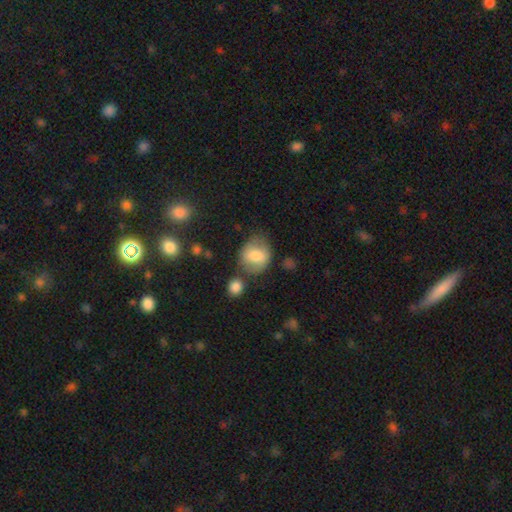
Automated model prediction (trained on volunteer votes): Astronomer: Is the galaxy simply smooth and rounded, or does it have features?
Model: smooth — 72%.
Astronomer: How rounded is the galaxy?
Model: round — 65%.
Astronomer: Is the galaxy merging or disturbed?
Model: none — 62%.